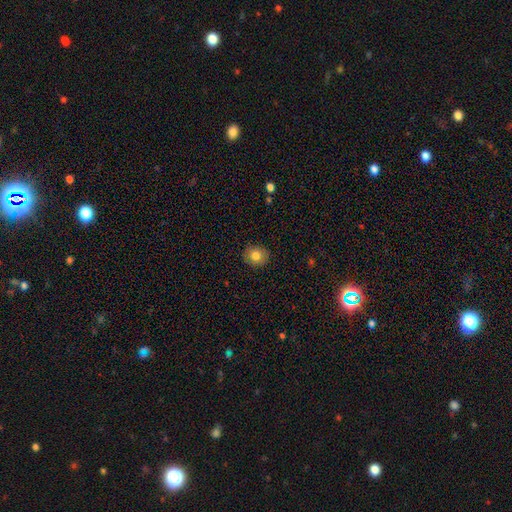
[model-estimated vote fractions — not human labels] Overall: smooth (79%). How rounded: round (80%). Merging: none (88%).